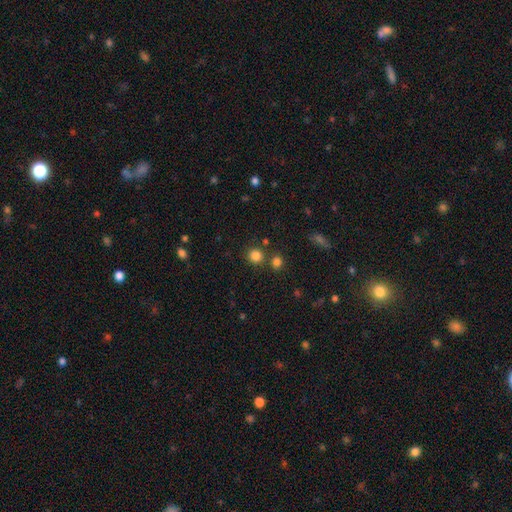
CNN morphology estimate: Smooth or featured? Predicted: smooth (p=0.82). How rounded? Predicted: round (p=0.90). Merging? Predicted: none (p=0.78).